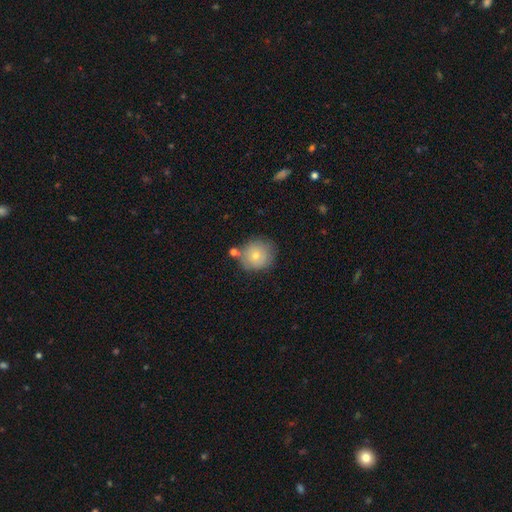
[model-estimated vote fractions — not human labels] This is likely a smooth galaxy (74%). How rounded: clearly round (89%). Merging: likely none (67%).